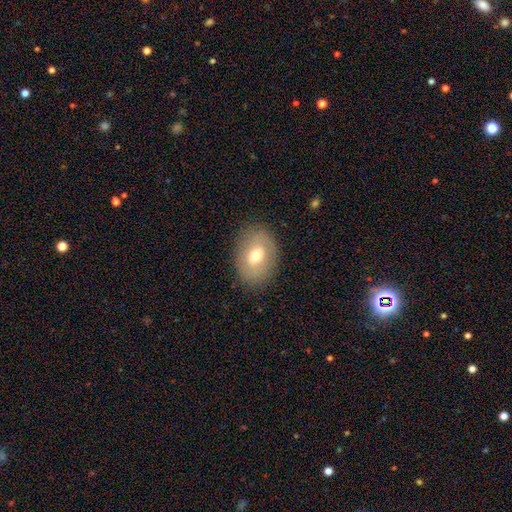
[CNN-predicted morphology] A smooth galaxy with no disk features (65%) that is in between round and cigar-shaped (73%).

Vote fractions:
- Smooth or featured? smooth: 65% / featured or disk: 27% / star or artifact: 8%
- How rounded? in between: 73% / round: 26% / cigar-shaped: 1%
- Merging? none: 85% / minor disturbance: 11% / major disturbance: 4% / merger: 1%